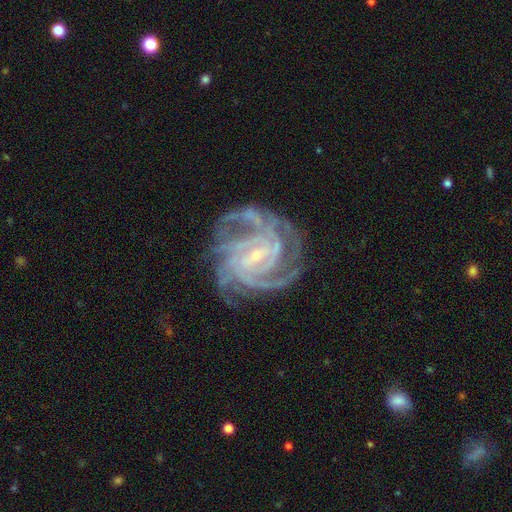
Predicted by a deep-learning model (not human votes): smooth-or-featured: featured or disk: 92% | star or artifact: 5% | smooth: 3%
  disk-edge-on: no: 98% | yes: 2%
    bar: weak: 46% | strong: 29% | no: 26%
    has-spiral-arms: yes: 98% | no: 2%
      spiral-winding: tight: 70% | medium: 27% | loose: 3%
      spiral-arm-count: 4: 38% | 3: 19% | more than 4: 13% | can't tell: 13% | 2: 9% | 1: 7%
    bulge-size: small: 81% | moderate: 13% | none: 4% | large: 1% | dominant: 1%
  merging: none: 71% | minor disturbance: 18% | major disturbance: 9% | merger: 2%